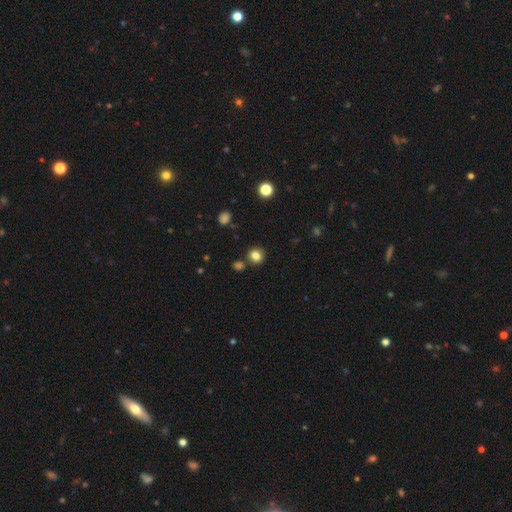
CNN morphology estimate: Overall: smooth (82%). How rounded: round (86%). Merging: none (81%).